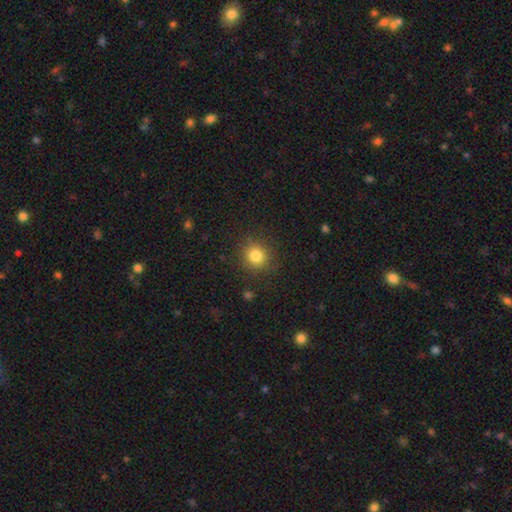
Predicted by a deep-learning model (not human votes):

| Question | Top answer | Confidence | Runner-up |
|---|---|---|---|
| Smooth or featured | smooth | 82% | star or artifact (13%) |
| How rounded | round | 90% | in between (9%) |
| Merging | none | 88% | minor disturbance (8%) |